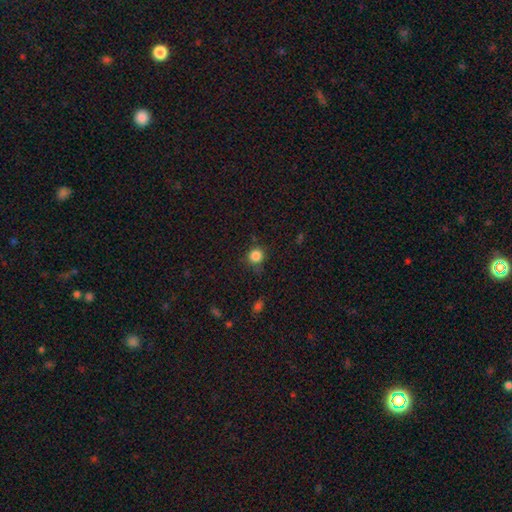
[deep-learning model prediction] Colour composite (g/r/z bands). It shows a smooth galaxy with no disk features (84%) that is round (91%). Merging: none (78%).